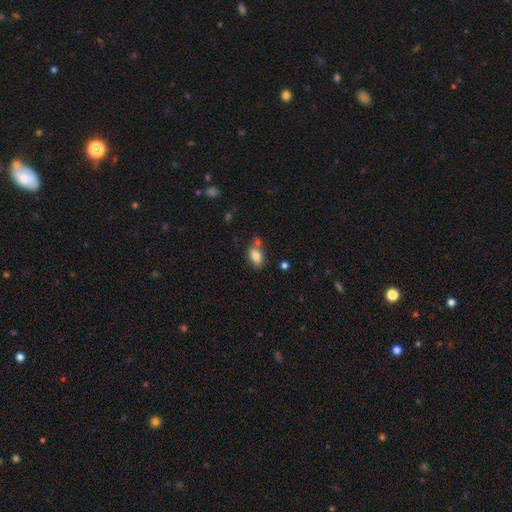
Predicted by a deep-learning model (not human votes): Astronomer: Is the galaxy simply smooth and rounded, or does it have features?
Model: smooth — 82%.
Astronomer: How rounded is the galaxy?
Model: in between — 87%.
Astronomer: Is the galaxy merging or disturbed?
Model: none — 57%.